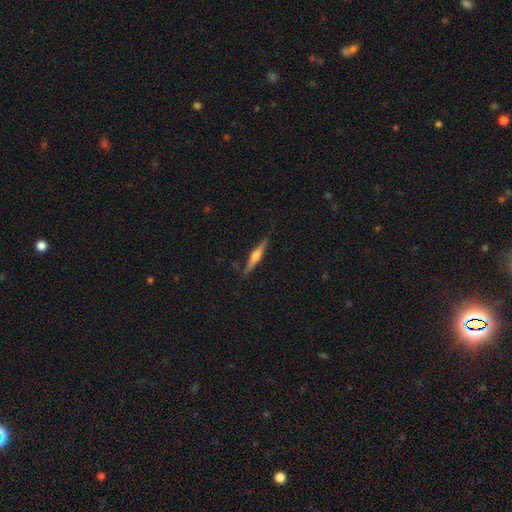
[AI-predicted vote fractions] A featured or disk galaxy (65%) viewed edge-on (97%) with a rounded central bulge (86%).

Vote fractions:
- Smooth or featured? featured or disk: 65% / smooth: 29% / star or artifact: 6%
- Edge-on disk? yes: 97% / no: 3%
- Edge-on bulge? rounded: 86% / boxy: 9% / none: 5%
- Merging? none: 85% / minor disturbance: 11% / major disturbance: 2% / merger: 2%